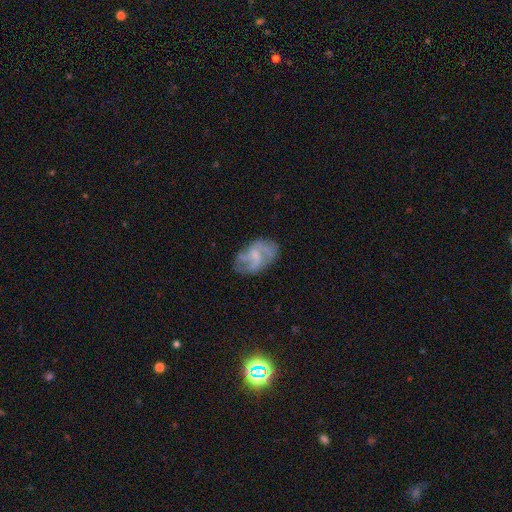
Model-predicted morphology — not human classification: Smooth or featured: featured or disk — 73% (smooth — 20%)
Edge-on disk: no — 97% (yes — 3%)
Bar: weak — 50% (no — 39%)
Spiral arms: yes — 87% (no — 13%)
Spiral winding: medium — 42% (loose — 41%)
Spiral arm count: 2 — 38% (can't tell — 23%)
Bulge size: small — 49% (none — 29%)
Merging: none — 63% (minor disturbance — 21%)